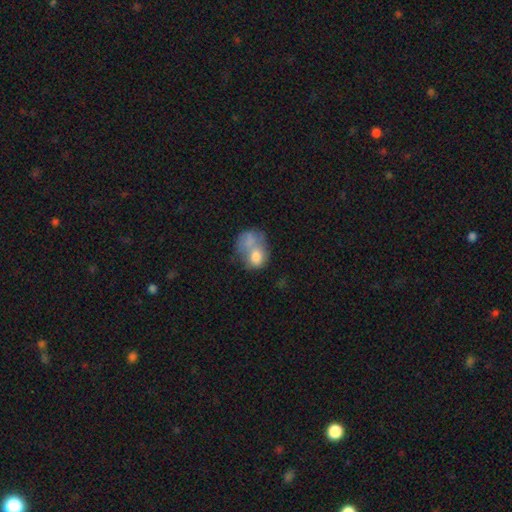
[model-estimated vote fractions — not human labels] Overall: smooth (53%; featured or disk 32%). How rounded: round (54%; in between 44%). Merging: merger (50%; none 26%).